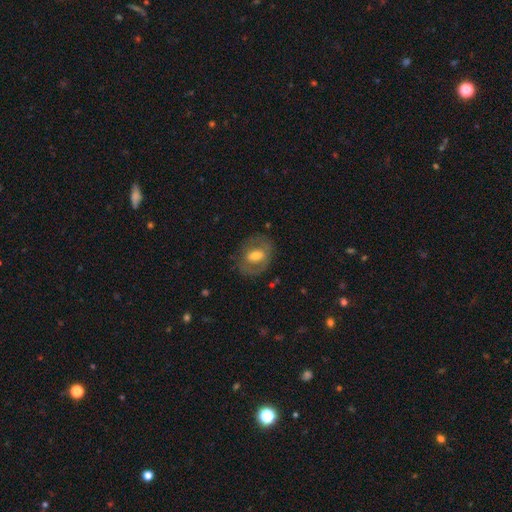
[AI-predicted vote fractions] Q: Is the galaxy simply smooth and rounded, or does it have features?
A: smooth — 47%.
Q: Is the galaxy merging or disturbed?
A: none — 71%.